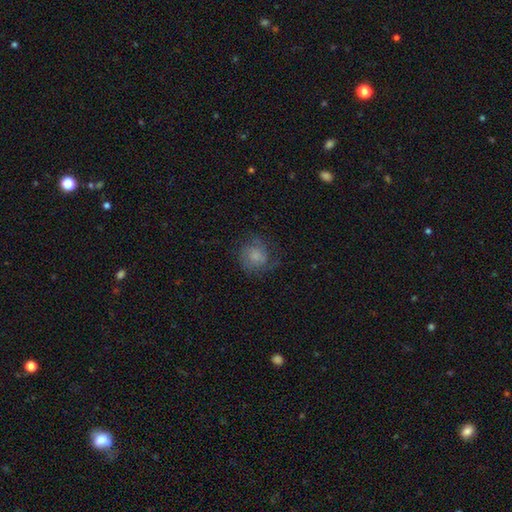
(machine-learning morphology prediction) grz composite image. It shows a smooth galaxy with no disk features (47%). Merging: none (65%).